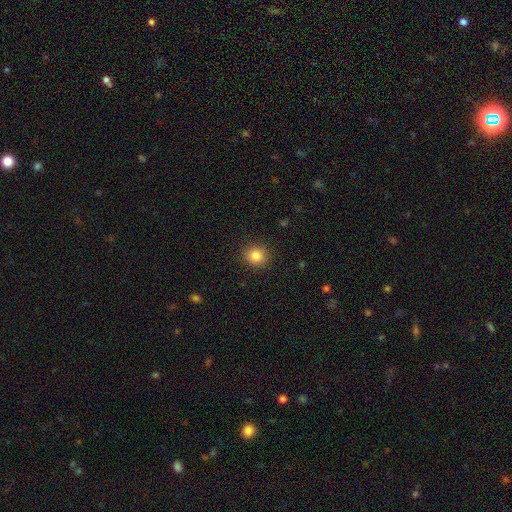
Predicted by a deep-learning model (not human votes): Morphology: type=smooth (85%); roundness=round (84%); merging=none (90%).